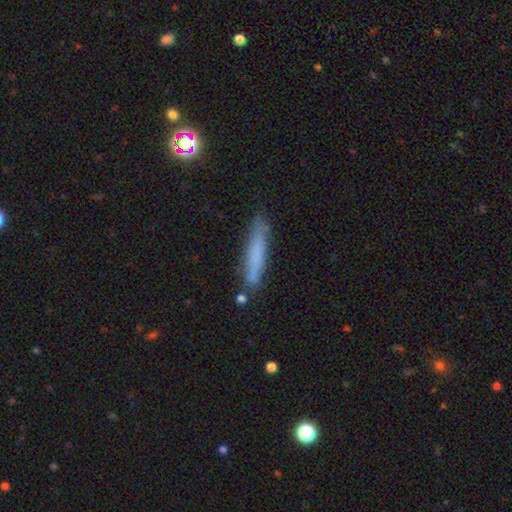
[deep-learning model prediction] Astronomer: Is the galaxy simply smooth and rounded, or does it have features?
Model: smooth — 68%.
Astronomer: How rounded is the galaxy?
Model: cigar-shaped — 92%.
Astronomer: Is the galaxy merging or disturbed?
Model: none — 79%.